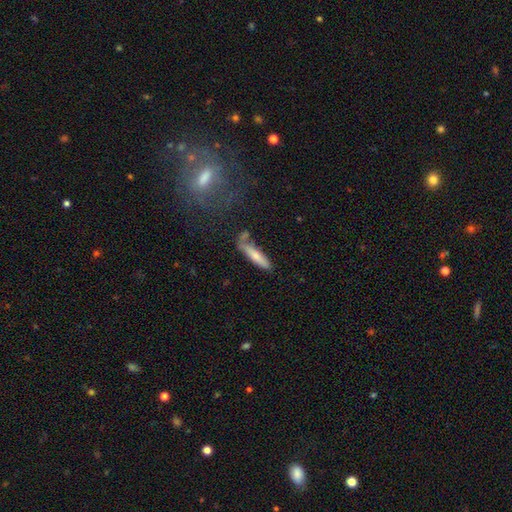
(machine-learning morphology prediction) type=smooth (71%); roundness=cigar-shaped (80%); merging=none (61%).